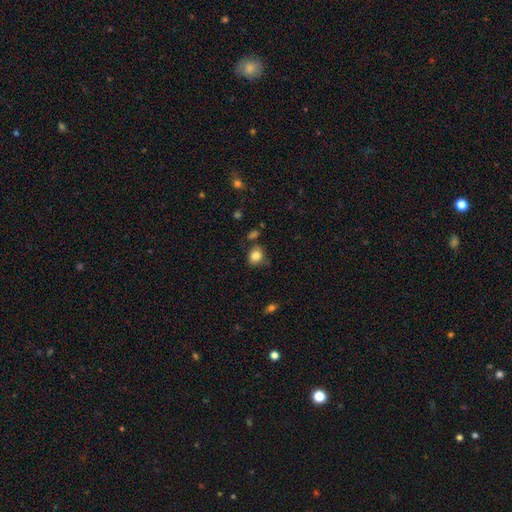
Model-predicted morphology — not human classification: Q: Smooth or featured?
A: smooth (83%); runner-up: star or artifact (10%)
Q: How rounded?
A: round (62%); runner-up: in between (37%)
Q: Merging?
A: none (73%); runner-up: minor disturbance (17%)